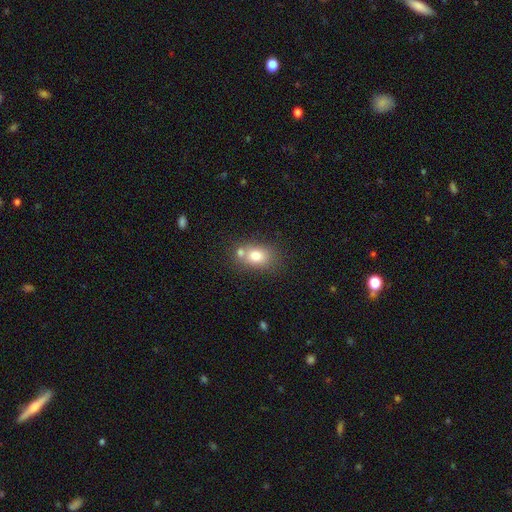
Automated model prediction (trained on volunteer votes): Morphology: type=smooth (77%); roundness=in between (65%); merging=none (48%).